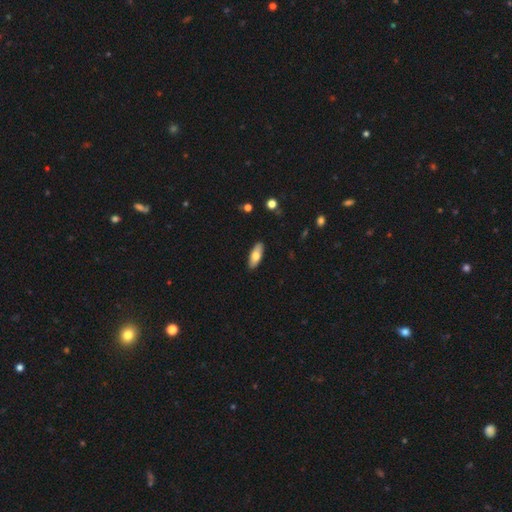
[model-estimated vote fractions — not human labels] Morphology: type=smooth (73%); roundness=in between (74%); merging=none (89%).